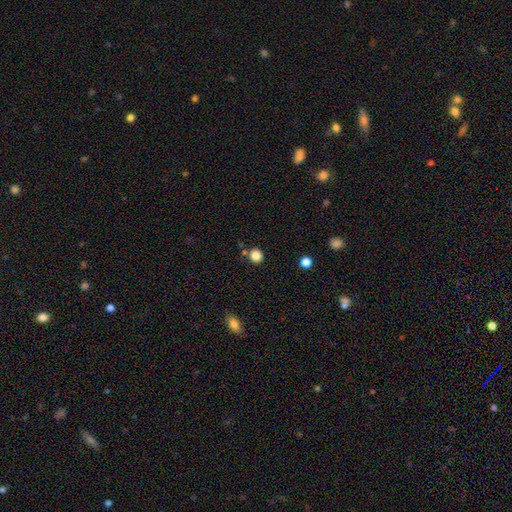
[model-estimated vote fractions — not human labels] Smooth or featured: smooth — 85% (star or artifact — 11%)
How rounded: round — 91% (in between — 8%)
Merging: none — 82% (minor disturbance — 9%)